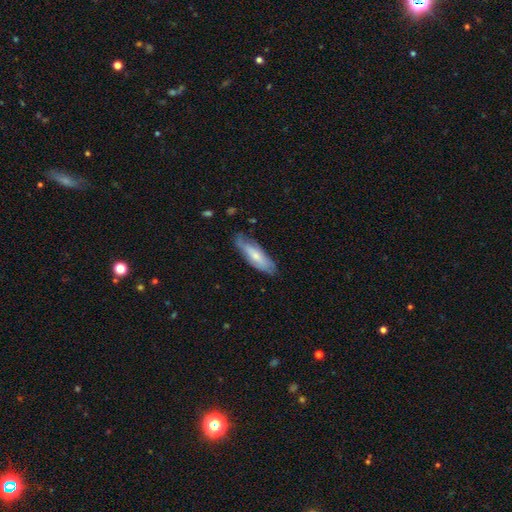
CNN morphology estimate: A smooth galaxy with no disk features (59%) that is in between round and cigar-shaped (52%).

Vote fractions:
- Smooth or featured? smooth: 59% / featured or disk: 36% / star or artifact: 6%
- How rounded? in between: 52% / cigar-shaped: 46% / round: 2%
- Merging? none: 69% / minor disturbance: 24% / major disturbance: 5% / merger: 2%